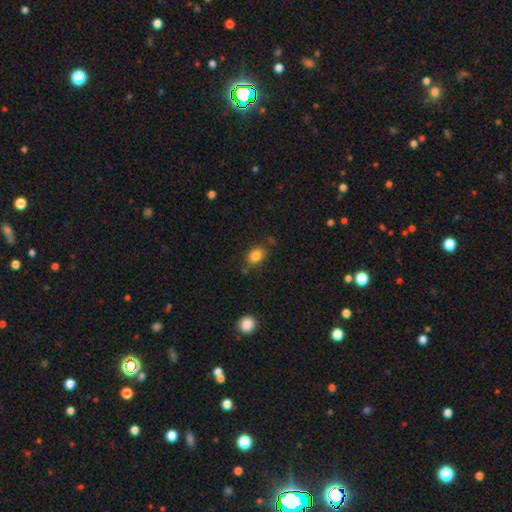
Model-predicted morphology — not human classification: Smooth or featured? Predicted: smooth (p=0.84). How rounded? Predicted: in between (p=0.64). Merging? Predicted: none (p=0.75).